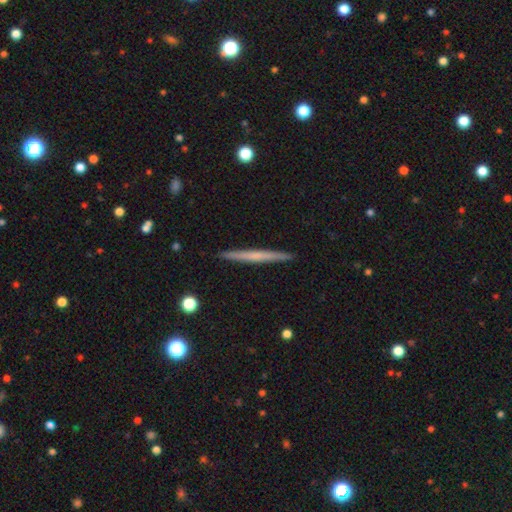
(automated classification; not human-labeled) Overall: featured or disk (52%; smooth 42%). Edge-on disk: yes (98%). Edge-on bulge: none (75%). Merging: none (93%).